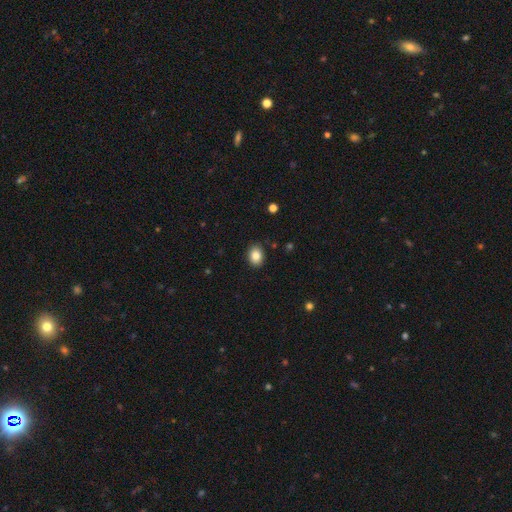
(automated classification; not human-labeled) Q: Smooth or featured?
A: smooth (85%); runner-up: star or artifact (9%)
Q: How rounded?
A: in between (64%); runner-up: round (35%)
Q: Merging?
A: none (88%); runner-up: minor disturbance (9%)